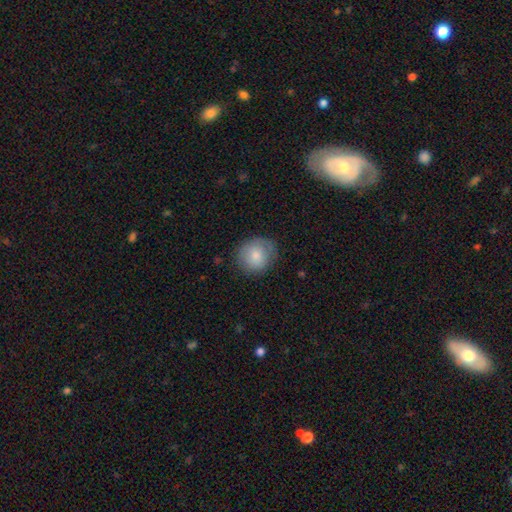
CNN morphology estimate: smooth_or_featured: smooth (p=0.81) [alt: featured or disk p=0.12]
how_rounded: round (p=0.84) [alt: in between p=0.16]
merging: none (p=0.78) [alt: minor disturbance p=0.16]